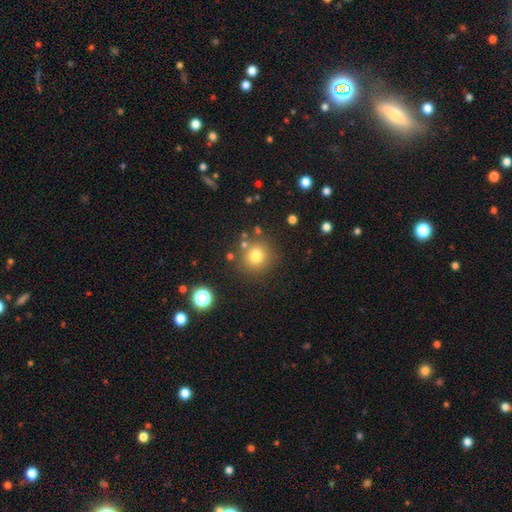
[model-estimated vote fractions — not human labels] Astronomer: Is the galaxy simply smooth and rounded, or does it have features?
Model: smooth — 77%.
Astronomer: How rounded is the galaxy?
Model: round — 92%.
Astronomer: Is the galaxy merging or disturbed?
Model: none — 82%.